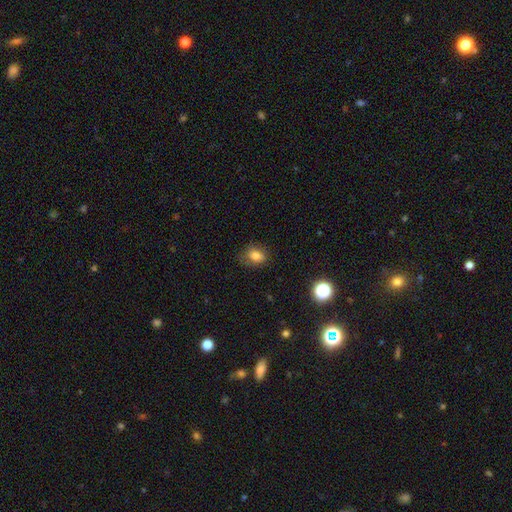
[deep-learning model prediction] This appears to be a smooth galaxy with no disk features (76%) that is in between round and cigar-shaped (68%). Merging: none (67%).